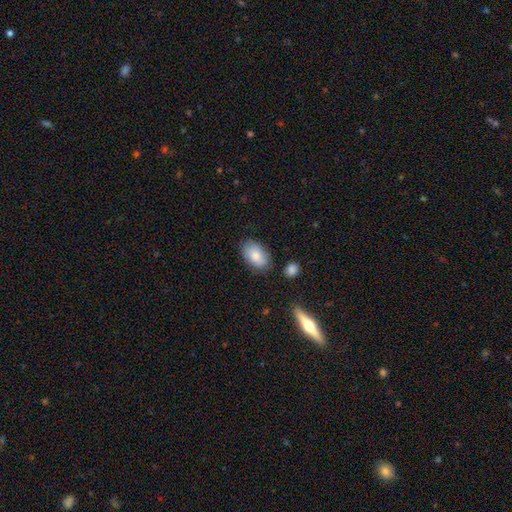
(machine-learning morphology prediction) type=smooth (80%); roundness=in between (90%); merging=none (79%).